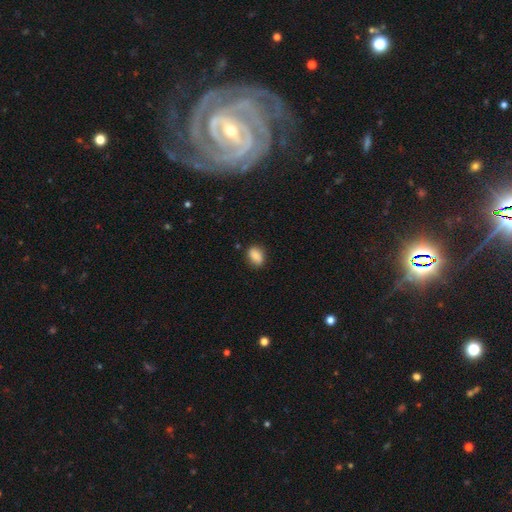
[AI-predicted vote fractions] Smooth or featured? Predicted: smooth (p=0.85). How rounded? Predicted: in between (p=0.78). Merging? Predicted: none (p=0.82).